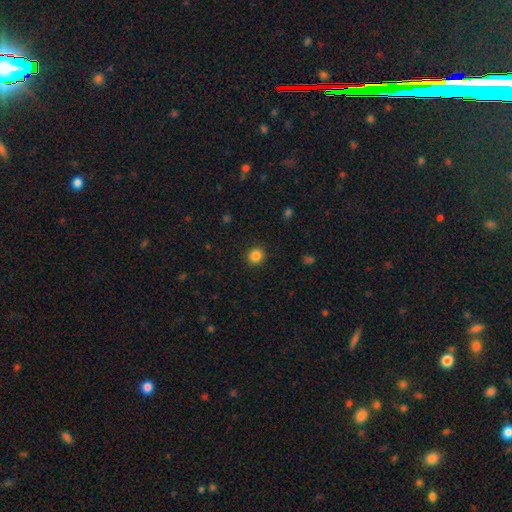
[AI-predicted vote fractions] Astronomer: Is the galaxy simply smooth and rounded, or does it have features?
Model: smooth — 85%.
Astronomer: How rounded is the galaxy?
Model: round — 86%.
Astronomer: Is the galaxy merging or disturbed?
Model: none — 91%.